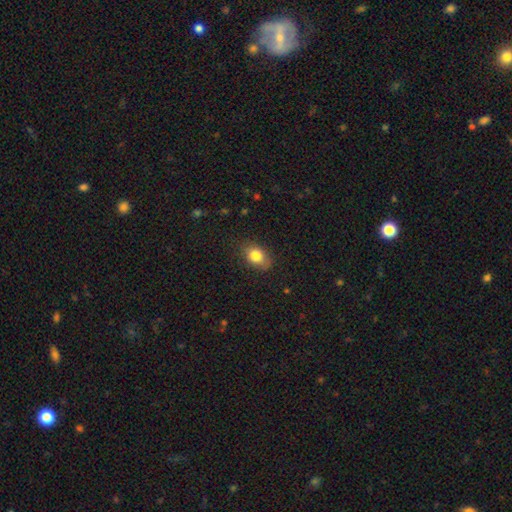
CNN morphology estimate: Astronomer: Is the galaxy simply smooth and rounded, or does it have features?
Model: smooth — 81%.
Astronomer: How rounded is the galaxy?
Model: in between — 72%.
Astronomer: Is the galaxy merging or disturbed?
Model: none — 79%.